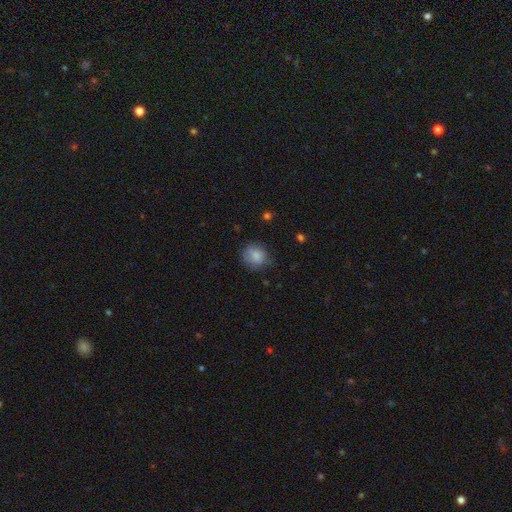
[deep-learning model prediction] The model was most divided on "merging": none: 68%, minor disturbance: 22%, major disturbance: 7%, merger: 2%. More confident: smooth or featured — smooth (80%); how rounded — round (76%).